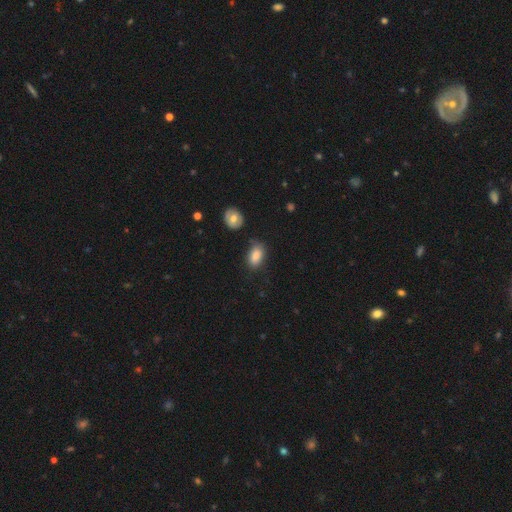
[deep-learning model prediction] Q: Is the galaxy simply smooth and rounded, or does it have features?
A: smooth — 85%.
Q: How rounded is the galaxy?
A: in between — 90%.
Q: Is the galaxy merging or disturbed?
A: none — 67%.